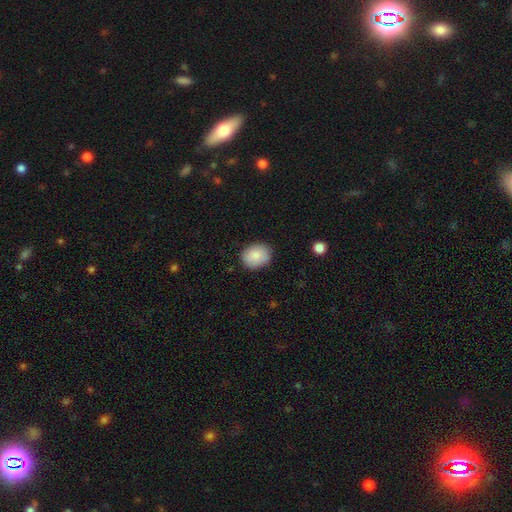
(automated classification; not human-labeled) Smooth or featured: smooth — 85% (featured or disk — 7%)
How rounded: in between — 50% (round — 49%)
Merging: none — 83% (minor disturbance — 13%)